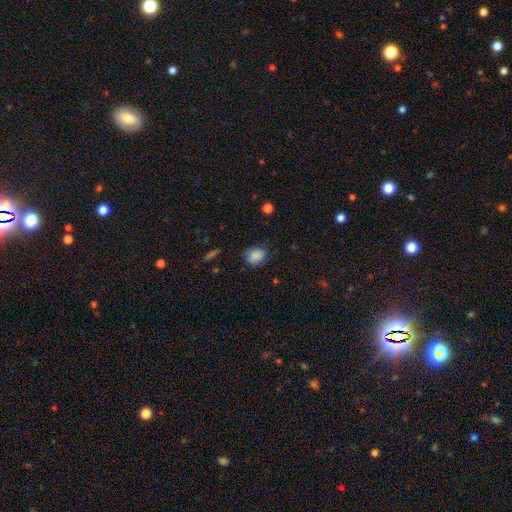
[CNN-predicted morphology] A smooth galaxy with no disk features (84%) that is in between round and cigar-shaped (52%).

Vote fractions:
- Smooth or featured? smooth: 84% / star or artifact: 9% / featured or disk: 7%
- How rounded? in between: 52% / round: 47% / cigar-shaped: 1%
- Merging? none: 70% / minor disturbance: 23% / major disturbance: 5% / merger: 2%